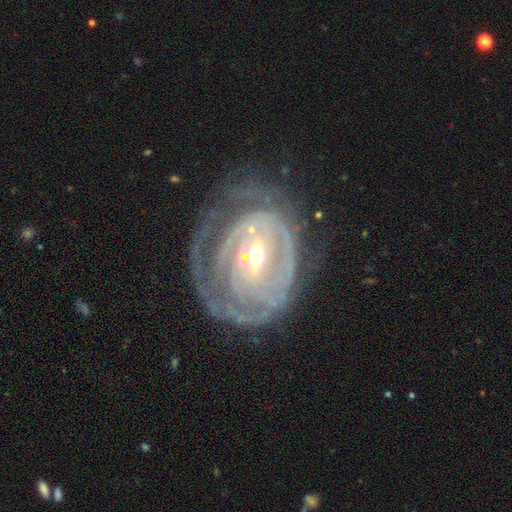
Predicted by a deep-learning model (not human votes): Morphology: type=featured or disk (83%); edge-on=no (96%); bar=weak (39%); spiral arms=yes (80%); winding=tight (76%); arm count=can't tell (50%); bulge=small (58%); merging=none (48%).